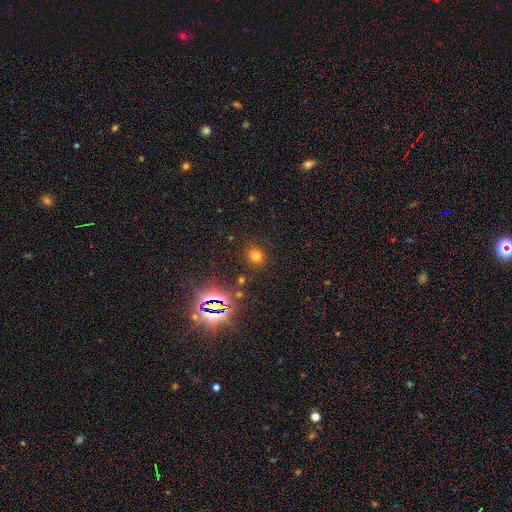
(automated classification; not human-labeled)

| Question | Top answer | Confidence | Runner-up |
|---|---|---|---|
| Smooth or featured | smooth | 67% | star or artifact (25%) |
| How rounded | round | 76% | in between (23%) |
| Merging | none | 86% | minor disturbance (8%) |